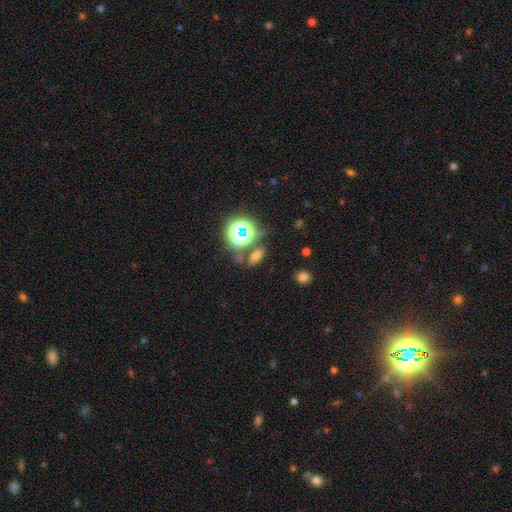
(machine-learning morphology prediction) This appears to be a smooth galaxy with no disk features (60%) that is in between round and cigar-shaped (74%). Merging: none (74%).